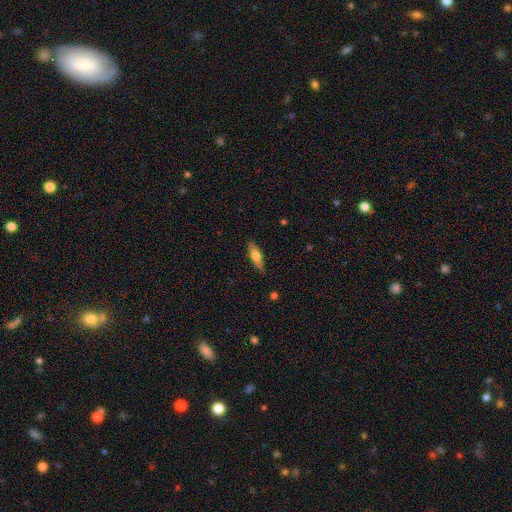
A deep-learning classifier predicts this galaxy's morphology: smooth_or_featured: smooth (p=0.62) [alt: featured or disk p=0.31]
how_rounded: cigar-shaped (p=0.57) [alt: in between p=0.41]
merging: none (p=0.84) [alt: minor disturbance p=0.13]